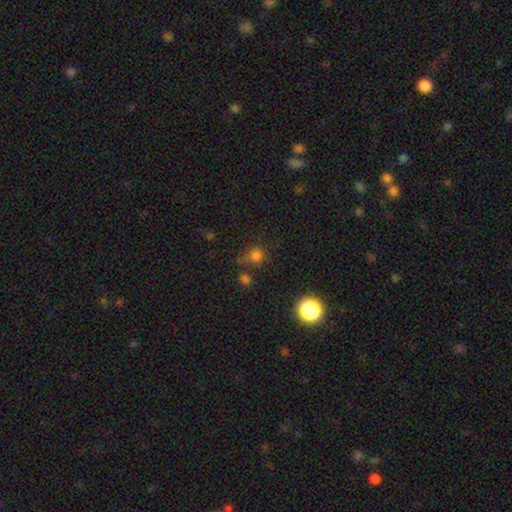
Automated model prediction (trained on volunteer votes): Smooth or featured? smooth (70%)
How rounded? round (82%)
Merging? none (60%)